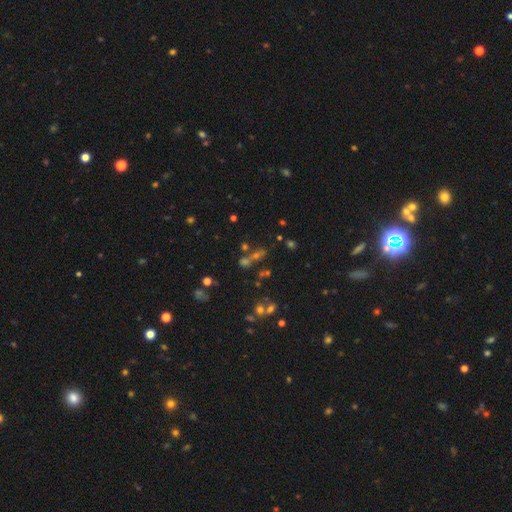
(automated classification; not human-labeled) Smooth or featured: star or artifact — 48% (smooth — 34%)